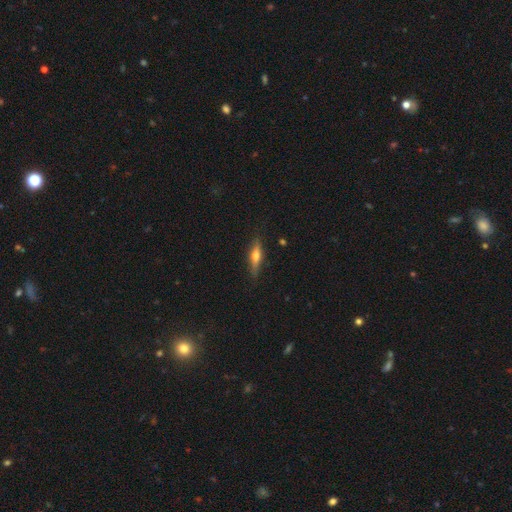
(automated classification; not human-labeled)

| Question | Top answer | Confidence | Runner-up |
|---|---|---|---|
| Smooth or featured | featured or disk | 49% | smooth (44%) |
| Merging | none | 85% | minor disturbance (12%) |